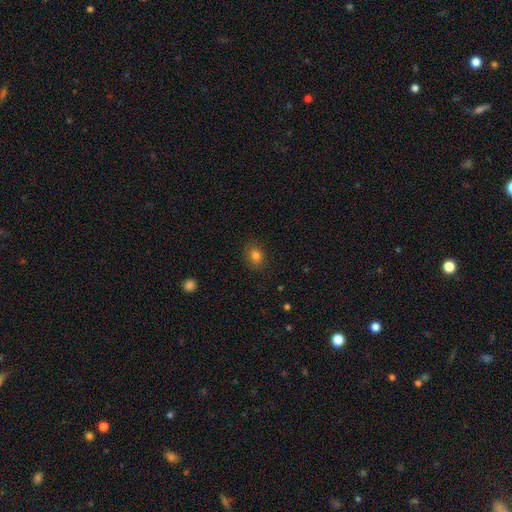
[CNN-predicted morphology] A smooth galaxy with no disk features (80%) that is round (52%). Merging: none (86%).